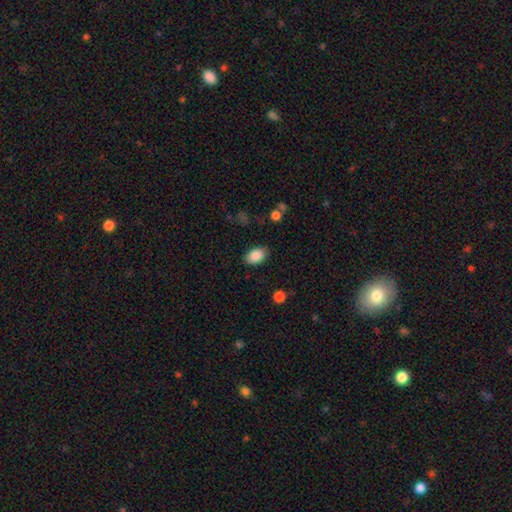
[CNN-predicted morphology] Smooth or featured?
  - smooth: 88% *
  - star or artifact: 7%
  - featured or disk: 5%
How rounded?
  - in between: 88% *
  - round: 11%
  - cigar-shaped: 1%
Merging?
  - none: 86% *
  - minor disturbance: 10%
  - major disturbance: 3%
  - merger: 1%